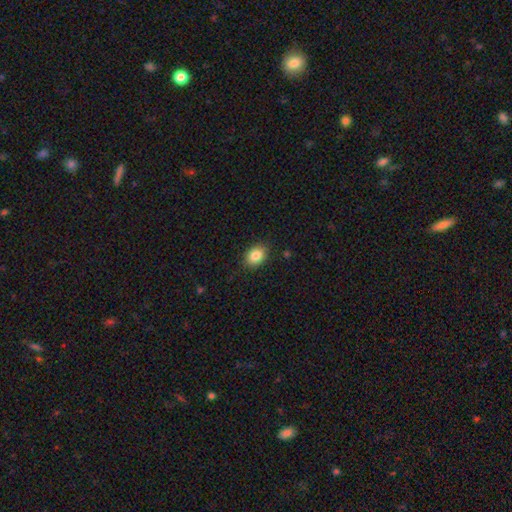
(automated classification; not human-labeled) Smooth or featured?
  - smooth: 85% *
  - star or artifact: 9%
  - featured or disk: 6%
How rounded?
  - in between: 71% *
  - round: 28%
  - cigar-shaped: 1%
Merging?
  - none: 87% *
  - minor disturbance: 10%
  - major disturbance: 2%
  - merger: 1%